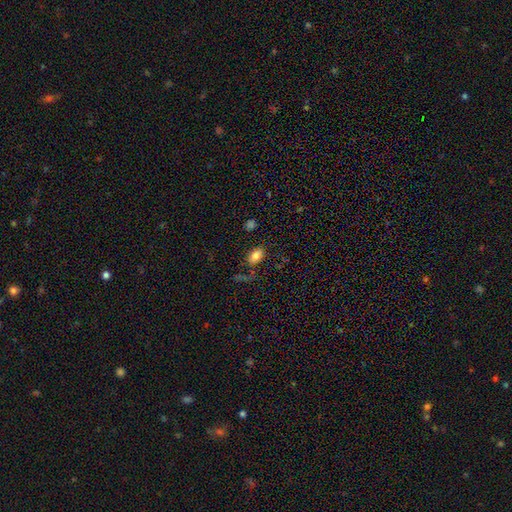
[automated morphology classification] smooth_or_featured: smooth (p=0.82) [alt: star or artifact p=0.10]
how_rounded: in between (p=0.88) [alt: round p=0.10]
merging: none (p=0.76) [alt: minor disturbance p=0.14]